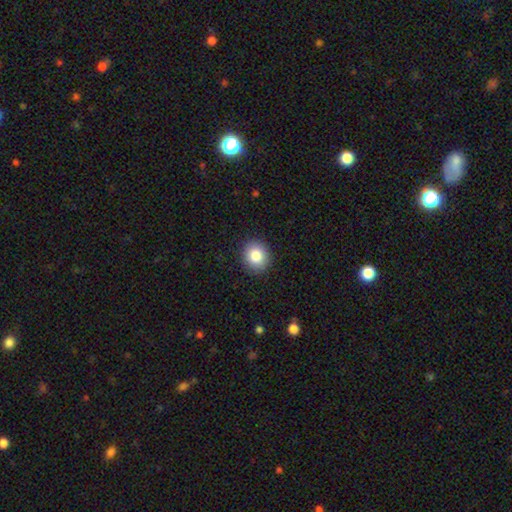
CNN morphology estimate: smooth-or-featured: smooth: 85% | star or artifact: 9% | featured or disk: 7%
  how-rounded: round: 77% | in between: 22% | cigar-shaped: 1%
  merging: none: 90% | minor disturbance: 7% | major disturbance: 2% | merger: 1%